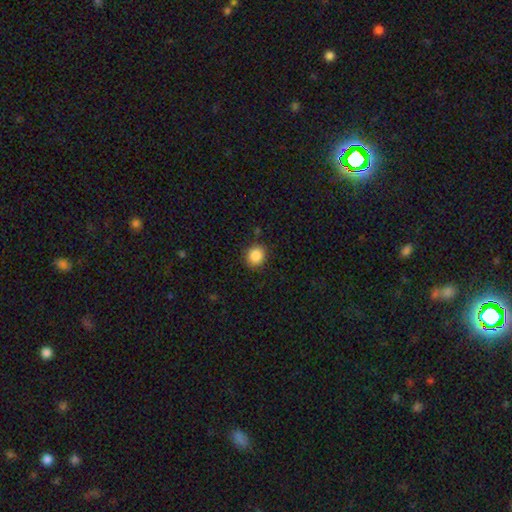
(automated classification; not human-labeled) A smooth galaxy with no disk features (87%) that is round (82%). Merging: none (85%).